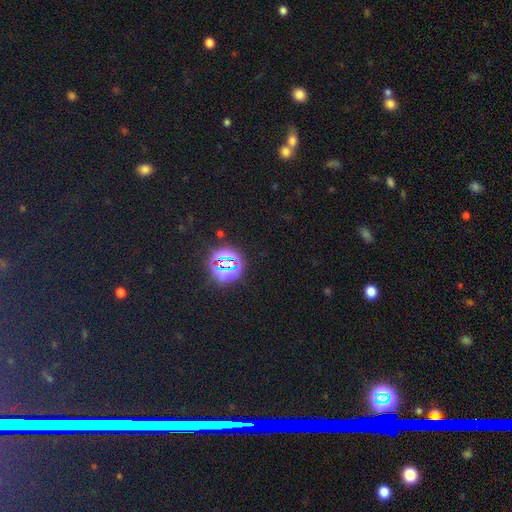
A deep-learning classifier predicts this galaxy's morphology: The model was most divided on "smooth or featured": star or artifact: 69%, smooth: 24%, featured or disk: 7%.